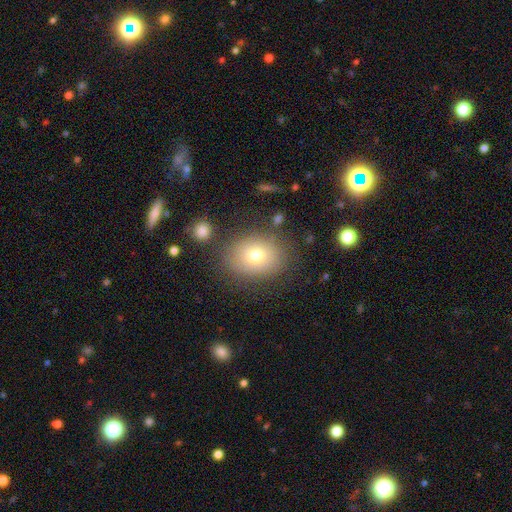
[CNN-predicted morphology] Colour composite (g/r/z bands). It shows a smooth galaxy with no disk features (72%) that is in between round and cigar-shaped (58%). Merging: none (78%).